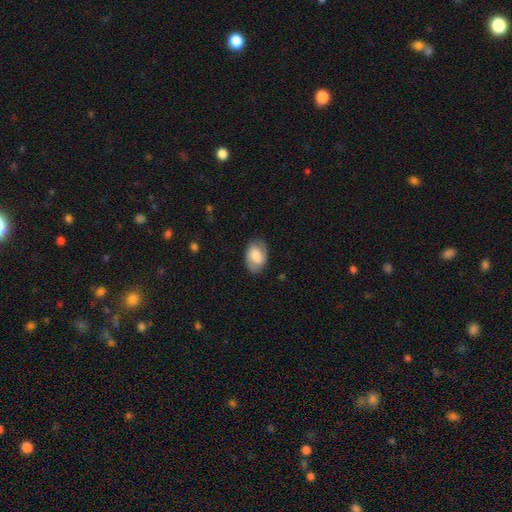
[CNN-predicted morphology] smooth-or-featured: smooth: 62% | featured or disk: 31% | star or artifact: 7%
  how-rounded: in between: 88% | round: 10% | cigar-shaped: 1%
  merging: none: 81% | minor disturbance: 14% | major disturbance: 4% | merger: 1%